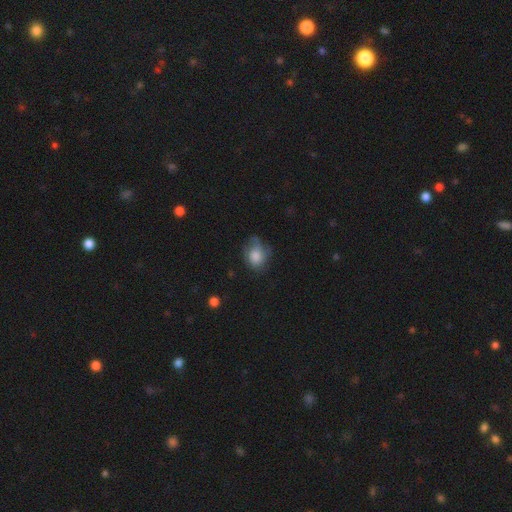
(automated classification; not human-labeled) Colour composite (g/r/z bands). It shows a smooth galaxy with no disk features (72%) that is in between round and cigar-shaped (51%). Merging: none (45%).